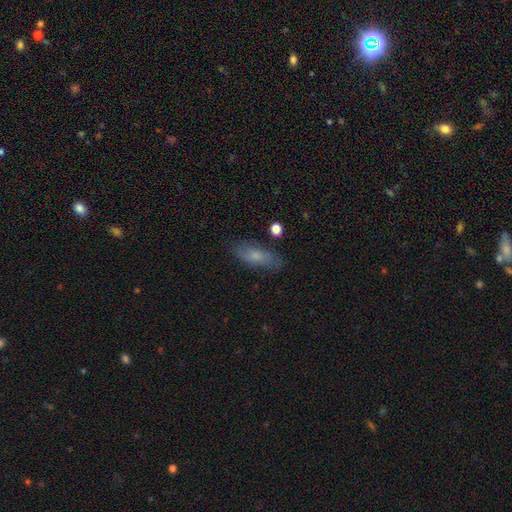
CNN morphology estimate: The model was most divided on "how rounded": in between: 66%, cigar-shaped: 31%, round: 3%. More confident: merging — none (76%); smooth or featured — smooth (66%).